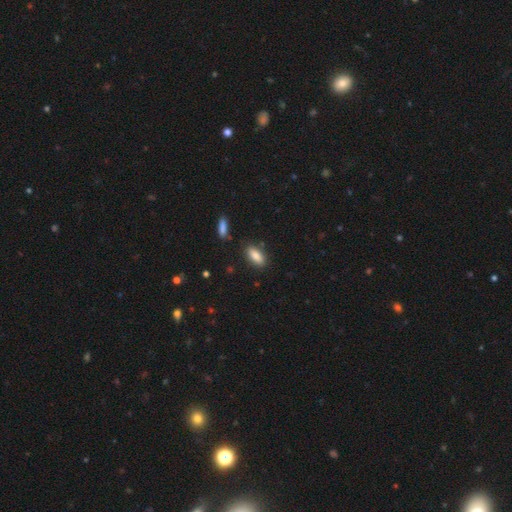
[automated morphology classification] Smooth or featured? Predicted: smooth (p=0.86). How rounded? Predicted: in between (p=0.84). Merging? Predicted: none (p=0.84).